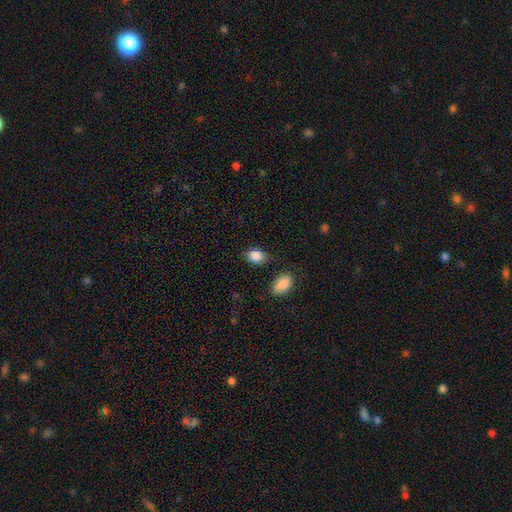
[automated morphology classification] smooth-or-featured: smooth: 88% | star or artifact: 8% | featured or disk: 4%
  how-rounded: in between: 73% | round: 26% | cigar-shaped: 1%
  merging: none: 77% | minor disturbance: 15% | merger: 4% | major disturbance: 3%